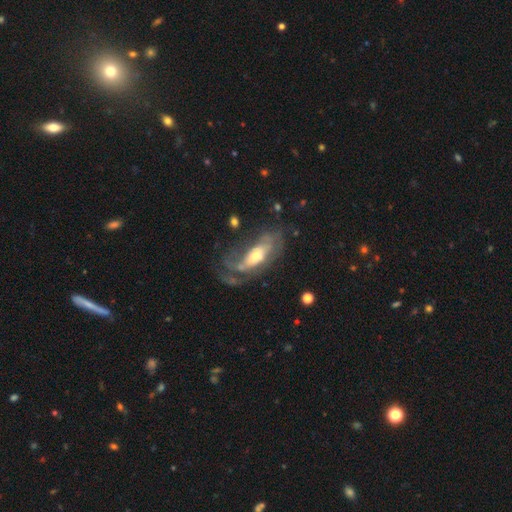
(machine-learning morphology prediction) smooth_or_featured: featured or disk (p=0.66) [alt: smooth p=0.27]
disk_edge_on: no (p=0.83) [alt: yes p=0.17]
bar: no (p=0.59) [alt: weak p=0.27]
has_spiral_arms: yes (p=0.68) [alt: no p=0.32]
bulge_size: moderate (p=0.54) [alt: small p=0.24]
merging: none (p=0.38) [alt: major disturbance p=0.35]